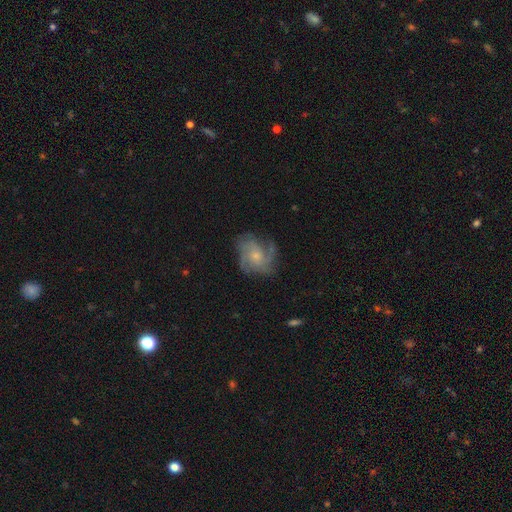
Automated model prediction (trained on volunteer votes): This appears to be a featured or disk galaxy (77%) with no bar (75%), 3 (31%) medium (47%) spiral arms (93%) and a small central bulge (56%). Merging: none (69%).